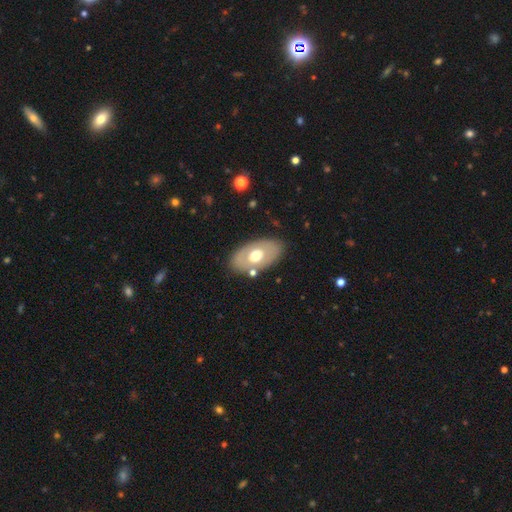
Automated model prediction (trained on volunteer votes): Smooth or featured? smooth (52%)
How rounded? in between (91%)
Merging? none (79%)